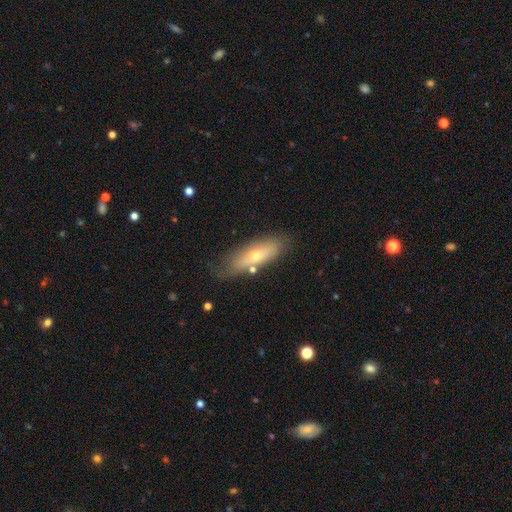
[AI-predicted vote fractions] Smooth or featured? smooth (55%)
How rounded? in between (52%)
Merging? none (74%)